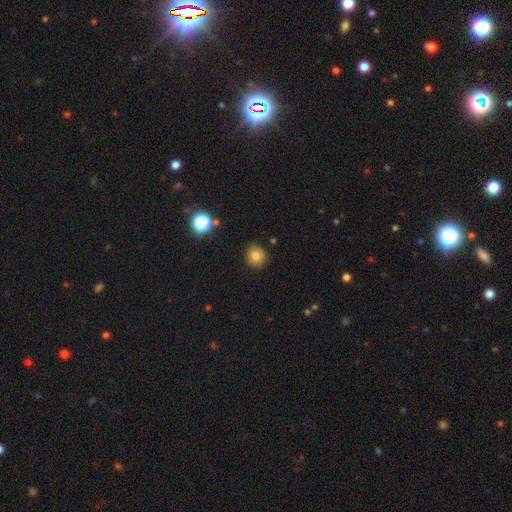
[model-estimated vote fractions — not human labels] Smooth or featured: smooth — 80% (star or artifact — 13%)
How rounded: round — 89% (in between — 10%)
Merging: none — 88% (minor disturbance — 9%)